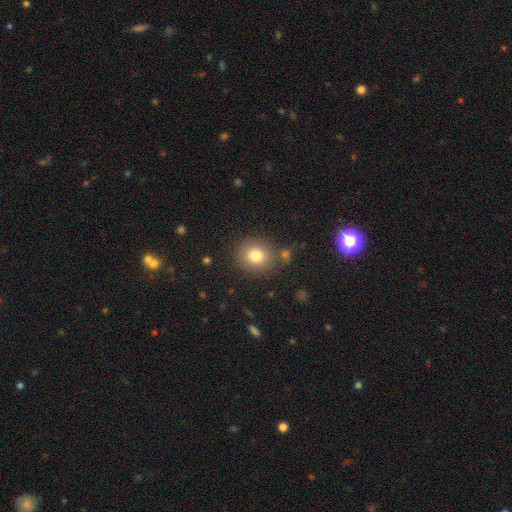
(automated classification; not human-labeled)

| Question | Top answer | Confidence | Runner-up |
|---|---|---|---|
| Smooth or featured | smooth | 80% | star or artifact (12%) |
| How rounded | round | 80% | in between (19%) |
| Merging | none | 83% | minor disturbance (9%) |